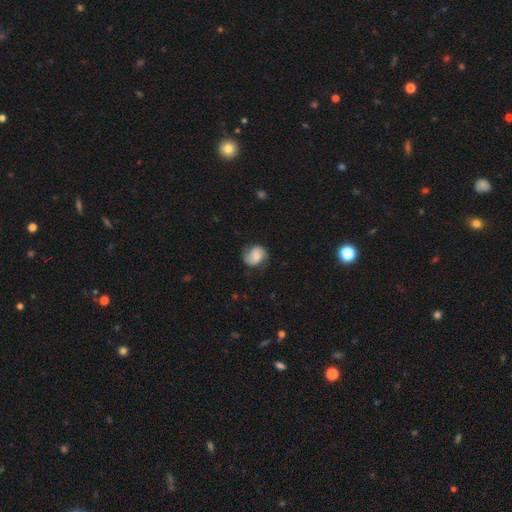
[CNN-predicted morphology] type=smooth (63%); roundness=round (58%); merging=none (66%).